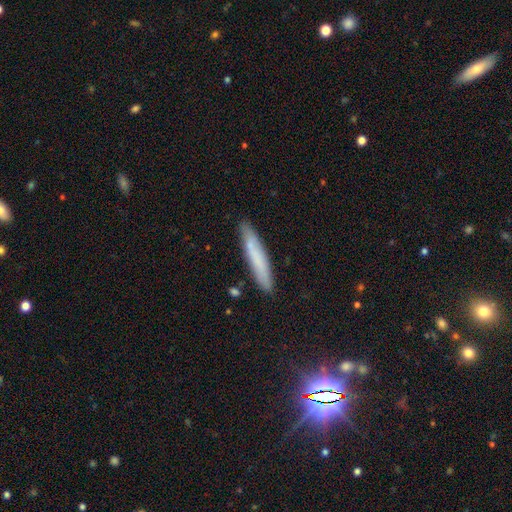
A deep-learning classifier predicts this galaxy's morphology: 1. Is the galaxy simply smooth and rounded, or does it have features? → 68% smooth, 24% featured or disk, 8% star or artifact.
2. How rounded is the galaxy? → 93% cigar-shaped, 6% in between, 1% round.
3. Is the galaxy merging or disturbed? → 87% none, 10% minor disturbance, 2% major disturbance, 2% merger.